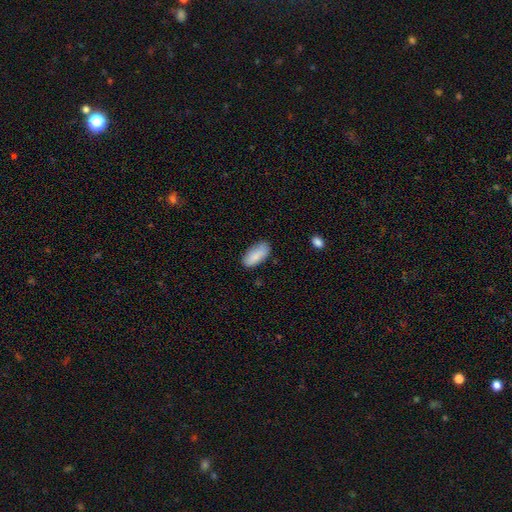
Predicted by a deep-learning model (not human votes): Morphology: type=smooth (87%); roundness=in between (89%); merging=none (73%).